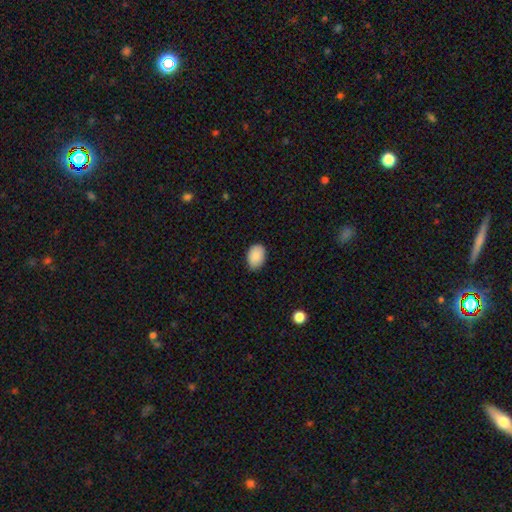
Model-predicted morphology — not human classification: Smooth or featured? smooth (88%)
How rounded? in between (80%)
Merging? none (82%)